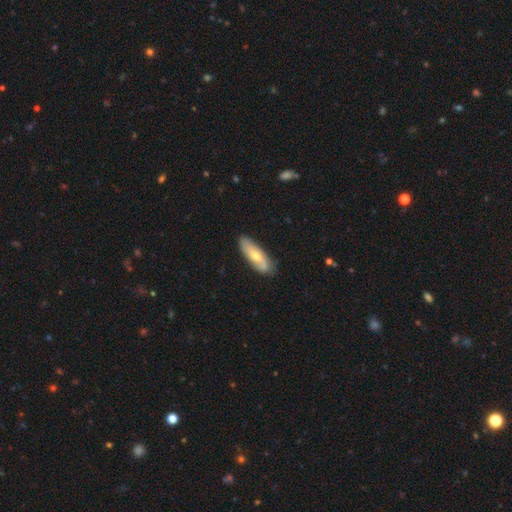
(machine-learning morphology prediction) This is possibly a smooth galaxy (51%). How rounded: possibly in between (52%). Merging: likely none (79%).